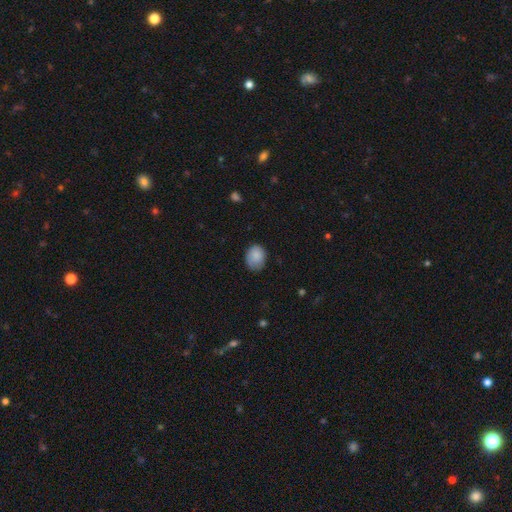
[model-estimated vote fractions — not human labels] Smooth or featured: smooth — 86% (featured or disk — 7%)
How rounded: in between — 59% (round — 40%)
Merging: none — 71% (minor disturbance — 23%)